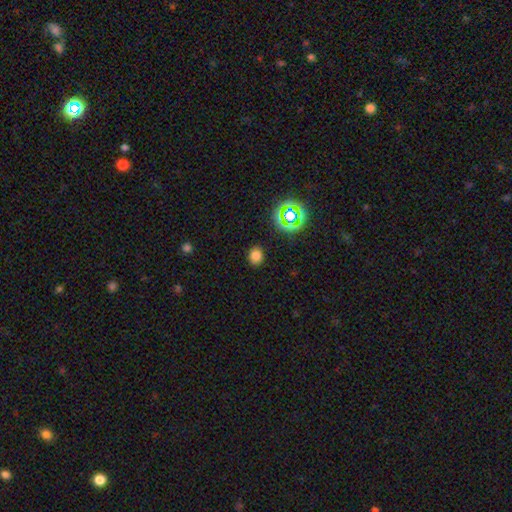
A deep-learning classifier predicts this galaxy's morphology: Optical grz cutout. It shows a smooth galaxy with no disk features (75%) that is round (60%). Merging: none (87%).